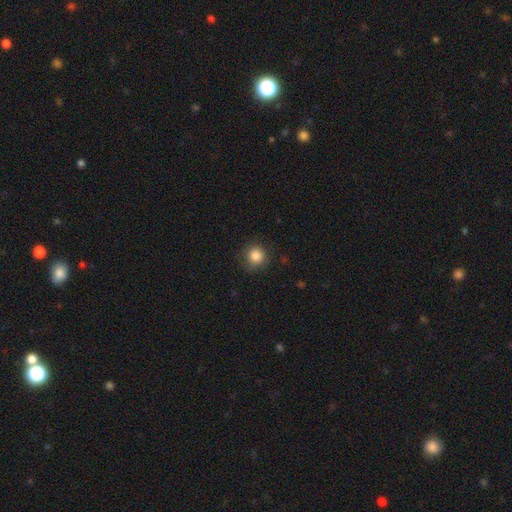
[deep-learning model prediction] Smooth or featured? smooth (85%)
How rounded? round (92%)
Merging? none (83%)